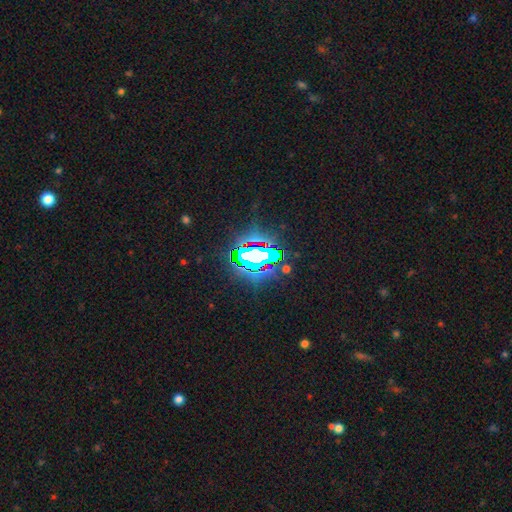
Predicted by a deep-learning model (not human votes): Smooth or featured?
  - star or artifact: 73% *
  - smooth: 14%
  - featured or disk: 13%